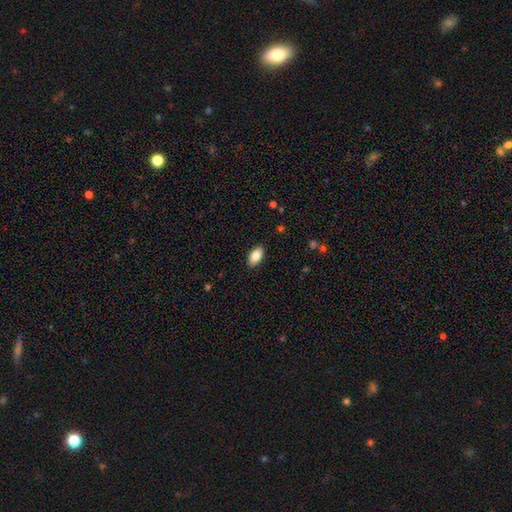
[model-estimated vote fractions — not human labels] Smooth or featured? Predicted: smooth (p=0.84). How rounded? Predicted: in between (p=0.93). Merging? Predicted: none (p=0.89).